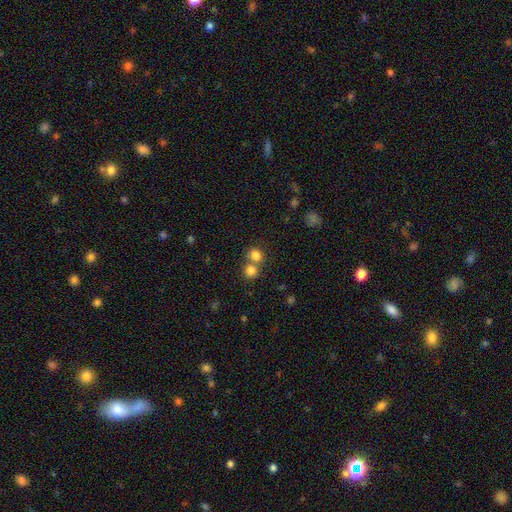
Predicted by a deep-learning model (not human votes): Q: Smooth or featured?
A: smooth (80%); runner-up: star or artifact (12%)
Q: How rounded?
A: round (81%); runner-up: in between (18%)
Q: Merging?
A: none (49%); runner-up: merger (42%)